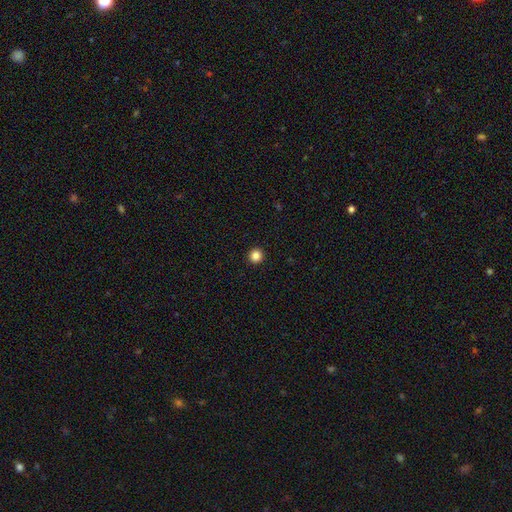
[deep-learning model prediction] Smooth or featured: smooth — 85% (star or artifact — 12%)
How rounded: round — 95% (in between — 4%)
Merging: none — 94% (minor disturbance — 4%)